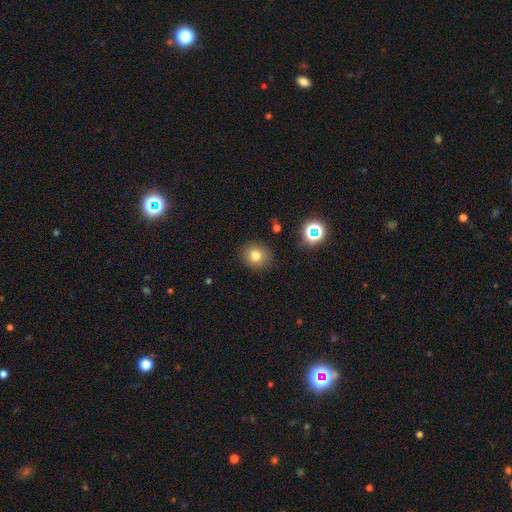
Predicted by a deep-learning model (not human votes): A smooth galaxy with no disk features (77%) that is round (79%). Merging: none (88%).